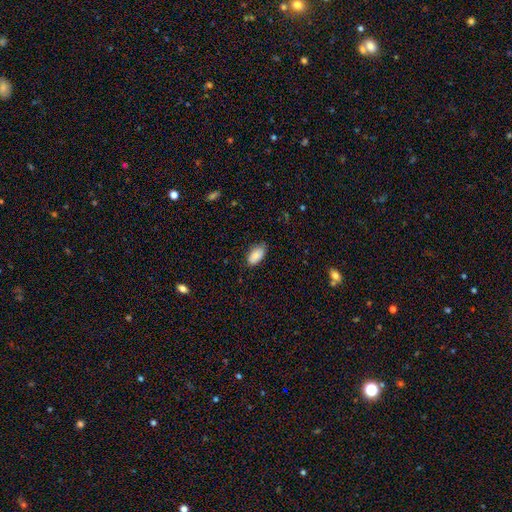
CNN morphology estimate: A smooth galaxy with no disk features (85%) that is in between round and cigar-shaped (94%).

Vote fractions:
- Smooth or featured? smooth: 85% / featured or disk: 8% / star or artifact: 7%
- How rounded? in between: 94% / round: 4% / cigar-shaped: 2%
- Merging? none: 77% / minor disturbance: 19% / major disturbance: 3% / merger: 1%